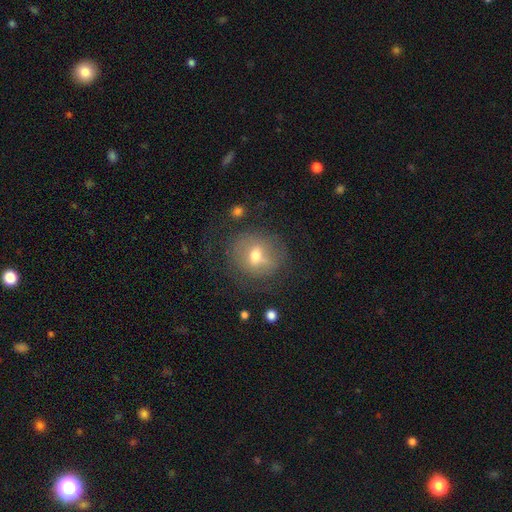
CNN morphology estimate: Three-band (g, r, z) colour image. It shows a smooth galaxy with no disk features (53%) that is round (79%). Merging: none (64%).